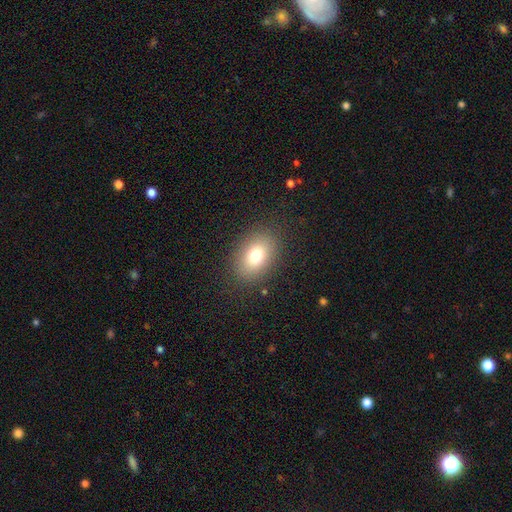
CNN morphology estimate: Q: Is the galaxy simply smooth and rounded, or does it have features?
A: smooth — 75%.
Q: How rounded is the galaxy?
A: in between — 74%.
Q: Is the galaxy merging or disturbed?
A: none — 86%.